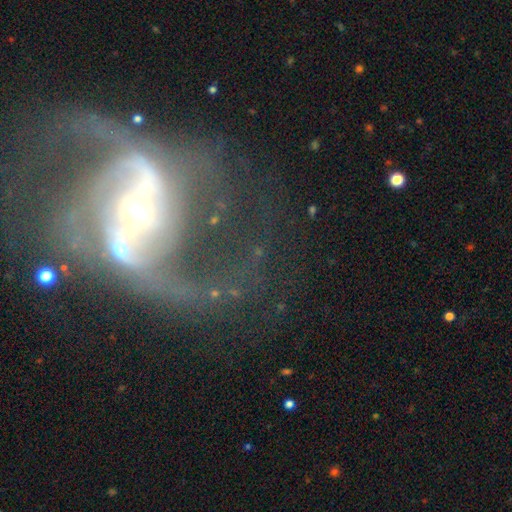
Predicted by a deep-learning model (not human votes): A featured or disk galaxy (84%) with a strong bar (39%), 2 (71%) loose (55%) spiral arms (87%) and a small central bulge (53%). Merging: none (35%).